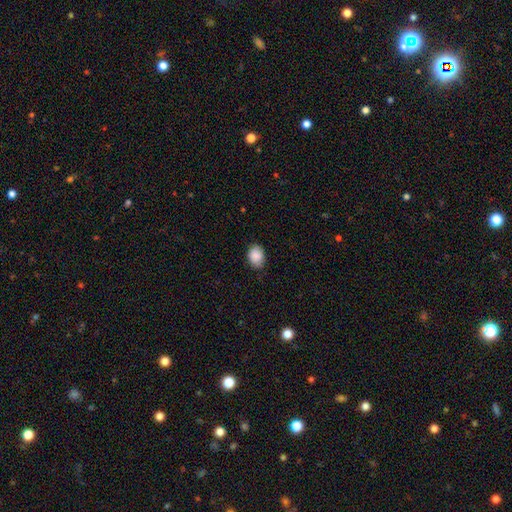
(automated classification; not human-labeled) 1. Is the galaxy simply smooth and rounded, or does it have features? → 89% smooth, 7% star or artifact, 4% featured or disk.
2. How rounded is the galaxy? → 72% in between, 27% round, 1% cigar-shaped.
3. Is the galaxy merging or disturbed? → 82% none, 15% minor disturbance, 2% major disturbance, 1% merger.